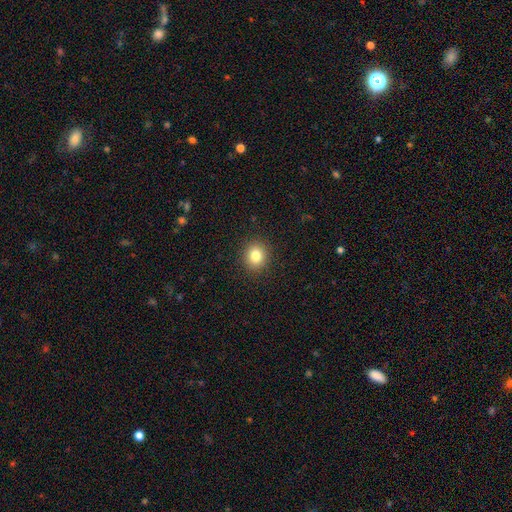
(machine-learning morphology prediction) This appears to be a smooth galaxy with no disk features (82%) that is round (78%). Merging: none (91%).